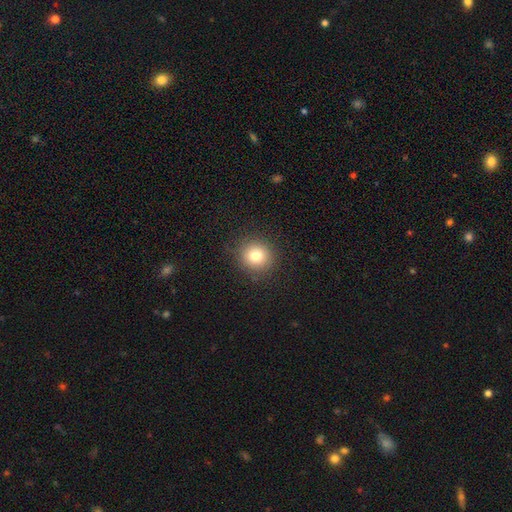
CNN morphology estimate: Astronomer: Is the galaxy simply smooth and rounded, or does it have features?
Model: smooth — 80%.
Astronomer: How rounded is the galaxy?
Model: round — 91%.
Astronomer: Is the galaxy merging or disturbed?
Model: none — 89%.